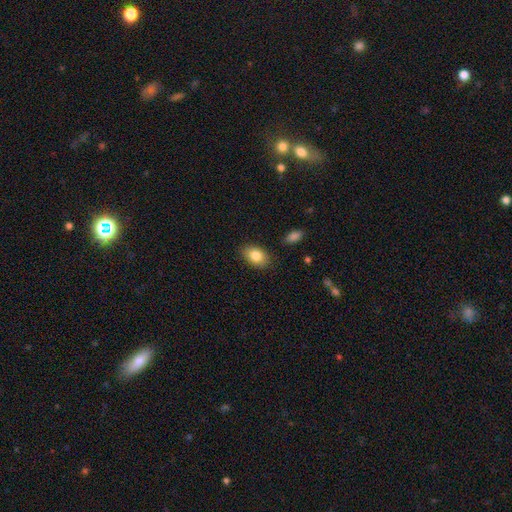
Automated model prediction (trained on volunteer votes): Overall: smooth (84%). How rounded: in between (87%). Merging: none (85%).